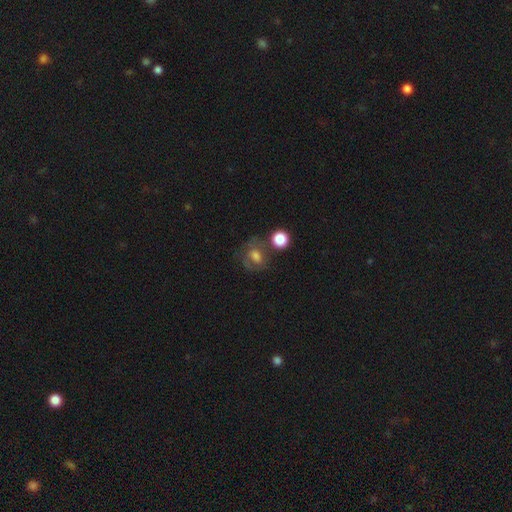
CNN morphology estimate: Smooth or featured: smooth — 58% (featured or disk — 29%)
How rounded: round — 58% (in between — 41%)
Merging: none — 50% (minor disturbance — 20%)